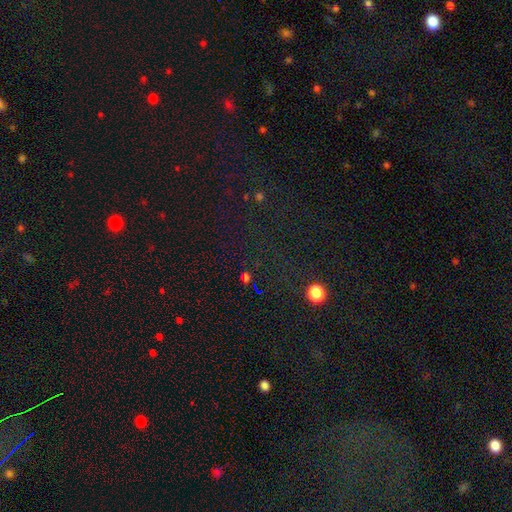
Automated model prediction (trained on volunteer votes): Morphology: type=star or artifact (69%).